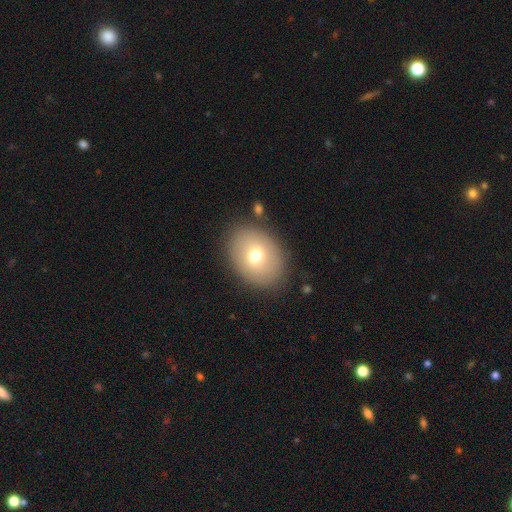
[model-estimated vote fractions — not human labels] The model was most divided on "how rounded": in between: 60%, round: 39%, cigar-shaped: 1%. More confident: merging — none (85%); smooth or featured — smooth (69%).